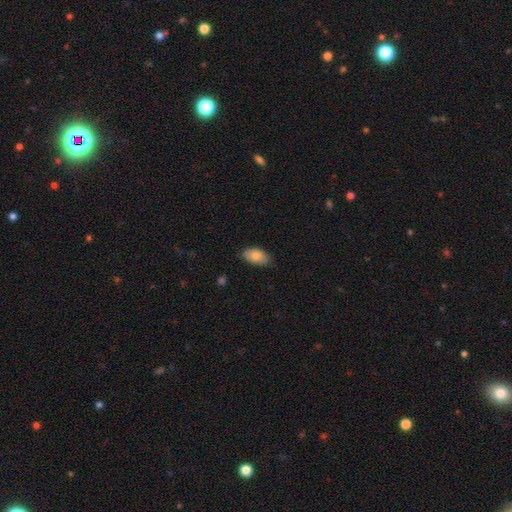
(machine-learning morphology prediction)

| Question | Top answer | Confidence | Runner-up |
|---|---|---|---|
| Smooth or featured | smooth | 86% | featured or disk (8%) |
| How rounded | in between | 94% | round (4%) |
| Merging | none | 81% | minor disturbance (16%) |